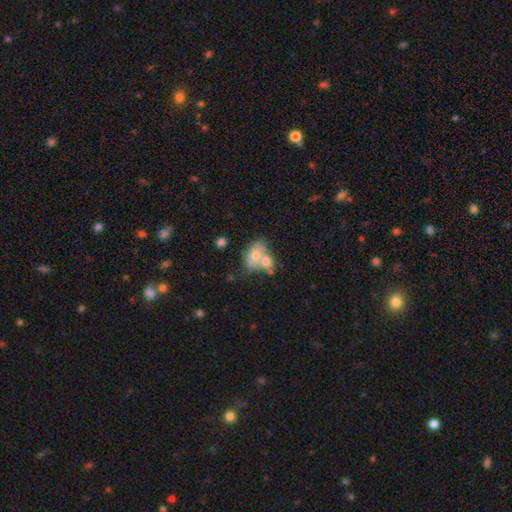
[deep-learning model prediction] smooth 68%, featured or disk 24%, star or artifact 8%. Down the decision tree: how rounded — in between (79%); merging — merger (62%).